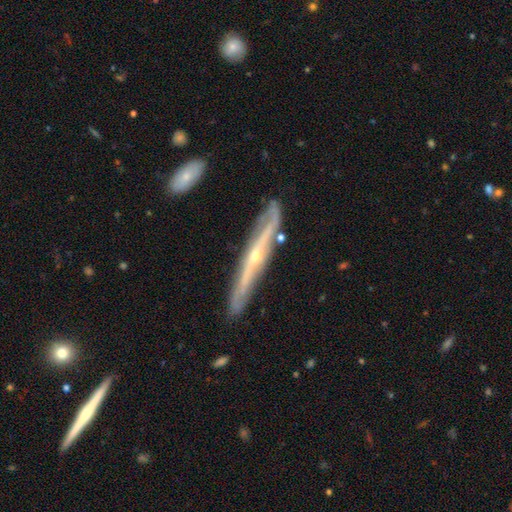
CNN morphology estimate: Smooth or featured? featured or disk (82%)
Edge-on disk? yes (83%)
Edge-on bulge? rounded (77%)
Merging? none (79%)